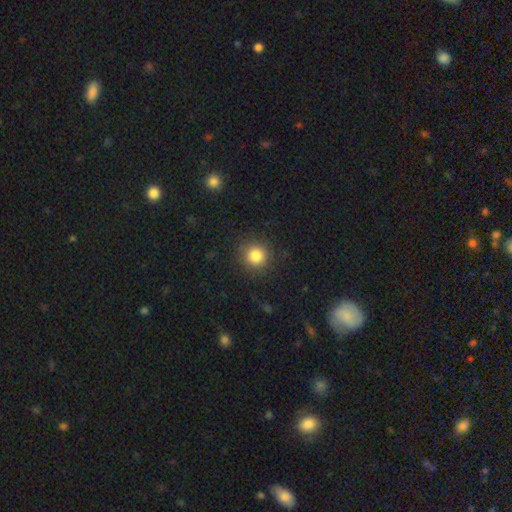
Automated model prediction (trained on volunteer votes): A smooth galaxy with no disk features (83%) that is round (94%). Merging: none (89%).